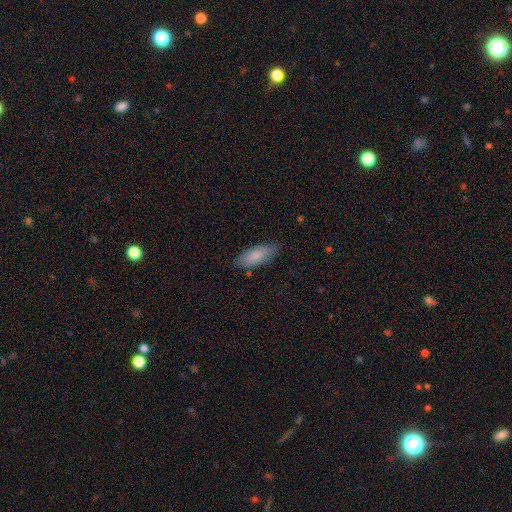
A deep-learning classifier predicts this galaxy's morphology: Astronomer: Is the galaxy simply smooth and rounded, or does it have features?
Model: smooth — 83%.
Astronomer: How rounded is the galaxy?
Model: in between — 78%.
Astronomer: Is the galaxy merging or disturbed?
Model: none — 81%.